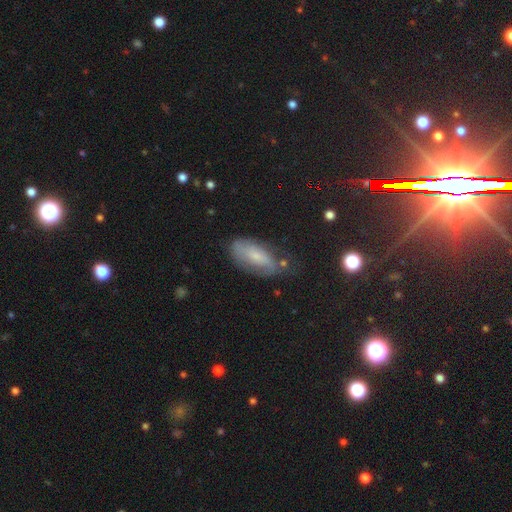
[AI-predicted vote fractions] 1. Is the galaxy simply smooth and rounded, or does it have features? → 51% smooth, 37% featured or disk, 12% star or artifact.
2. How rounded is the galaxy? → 84% in between, 13% cigar-shaped, 3% round.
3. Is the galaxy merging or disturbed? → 62% none, 26% minor disturbance, 9% major disturbance, 4% merger.